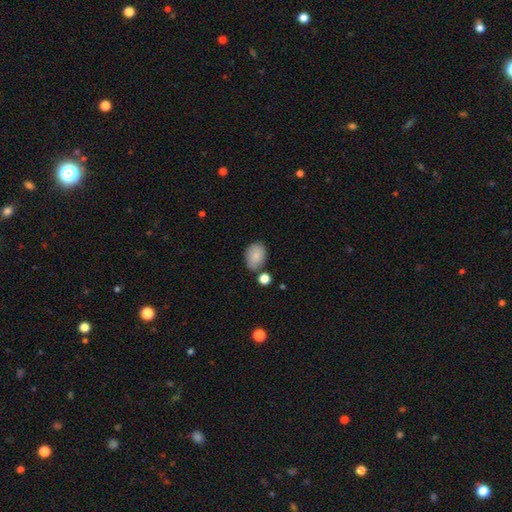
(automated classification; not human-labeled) Q: Smooth or featured?
A: smooth (84%); runner-up: featured or disk (9%)
Q: How rounded?
A: in between (77%); runner-up: round (22%)
Q: Merging?
A: none (67%); runner-up: minor disturbance (19%)